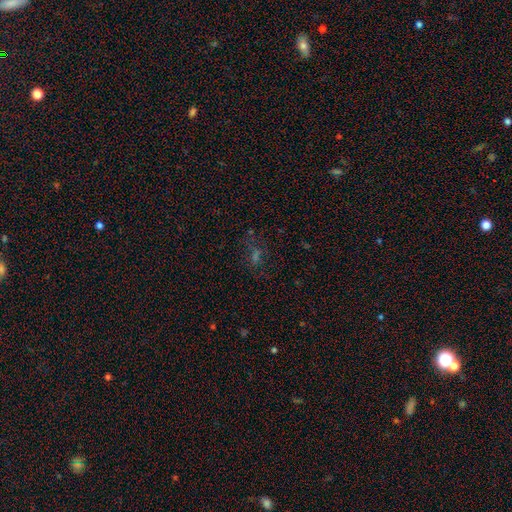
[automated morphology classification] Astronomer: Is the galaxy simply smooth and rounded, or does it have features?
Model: star or artifact — 48% (runner-up: smooth, 34%).